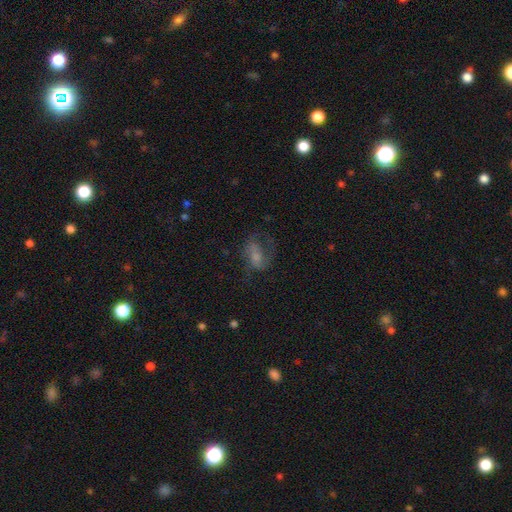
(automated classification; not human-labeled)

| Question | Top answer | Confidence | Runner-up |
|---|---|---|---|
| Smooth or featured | featured or disk | 46% | smooth (42%) |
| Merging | none | 43% | major disturbance (33%) |